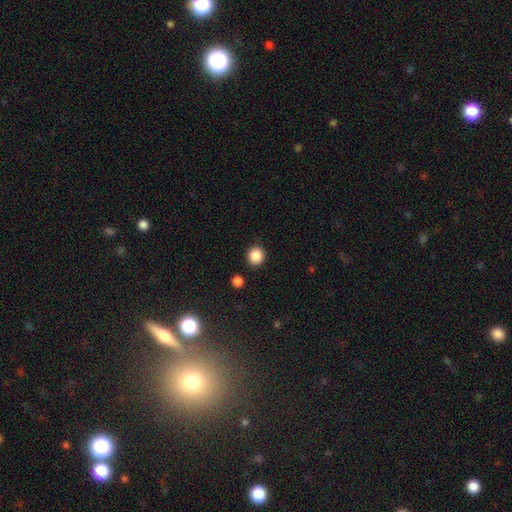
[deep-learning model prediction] Overall: smooth (87%). How rounded: round (87%). Merging: none (90%).